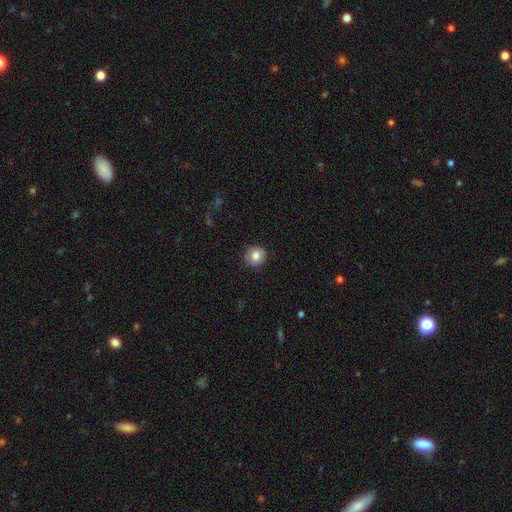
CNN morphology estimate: smooth 78%, featured or disk 13%, star or artifact 9%. Down the decision tree: how rounded — round (89%); merging — none (87%).